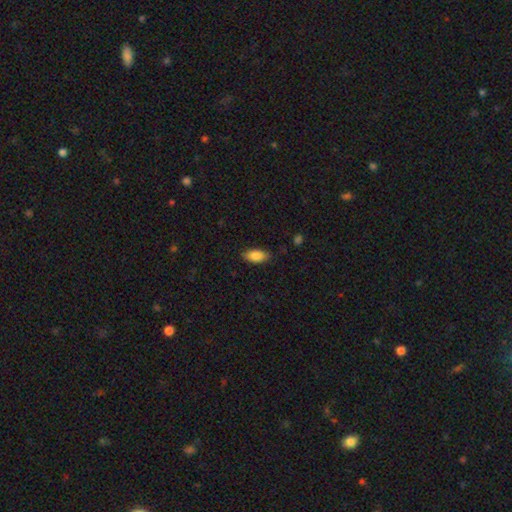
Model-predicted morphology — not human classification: A smooth galaxy with no disk features (86%) that is in between round and cigar-shaped (89%).

Vote fractions:
- Smooth or featured? smooth: 86% / featured or disk: 7% / star or artifact: 7%
- How rounded? in between: 89% / cigar-shaped: 8% / round: 3%
- Merging? none: 81% / minor disturbance: 15% / major disturbance: 3% / merger: 1%